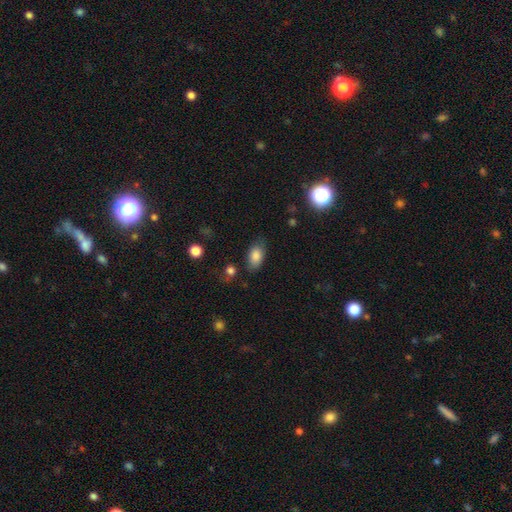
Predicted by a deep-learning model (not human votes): smooth 84%, star or artifact 8%, featured or disk 8%. Down the decision tree: how rounded — in between (90%); merging — none (75%).